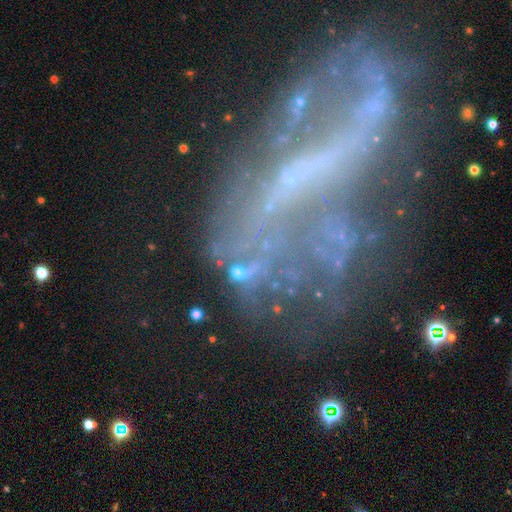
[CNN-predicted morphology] Overall: featured or disk (68%). Edge-on disk: no (92%). Bar: no (49%; strong 26%). Spiral arms: no (59%; yes 41%). Bulge size: none (68%). Merging: none (41%; major disturbance 32%).